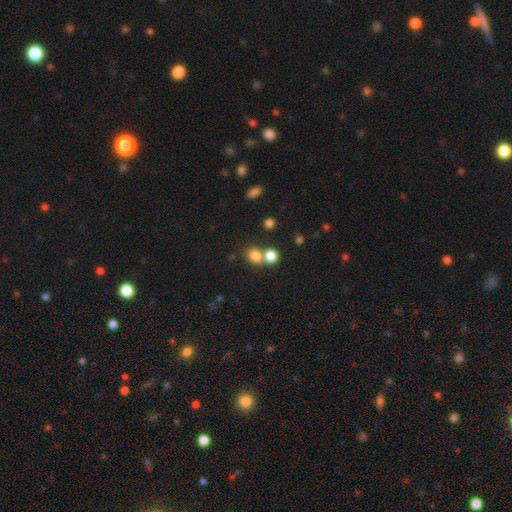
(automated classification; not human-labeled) smooth-or-featured: smooth: 80% | star or artifact: 13% | featured or disk: 7%
  how-rounded: round: 60% | in between: 39% | cigar-shaped: 1%
  merging: none: 48% | merger: 41% | minor disturbance: 8% | major disturbance: 4%